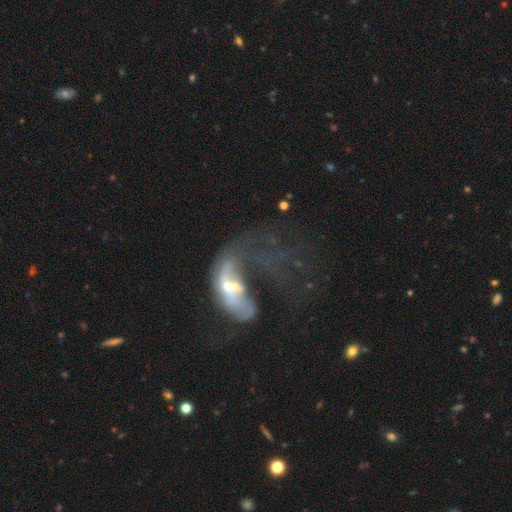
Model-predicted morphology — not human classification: smooth_or_featured: featured or disk (p=0.56) [alt: smooth p=0.27]
disk_edge_on: no (p=0.92) [alt: yes p=0.08]
bar: no (p=0.70) [alt: weak p=0.20]
has_spiral_arms: no (p=0.55) [alt: yes p=0.45]
bulge_size: moderate (p=0.50) [alt: small p=0.26]
merging: major disturbance (p=0.61) [alt: merger p=0.15]